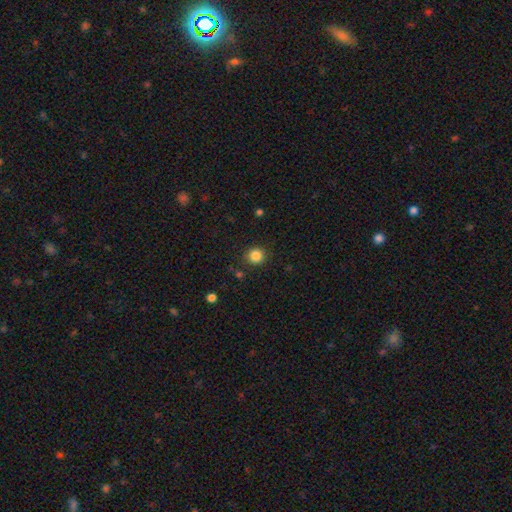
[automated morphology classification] smooth 85%, star or artifact 11%, featured or disk 4%. Down the decision tree: how rounded — round (93%); merging — none (89%).